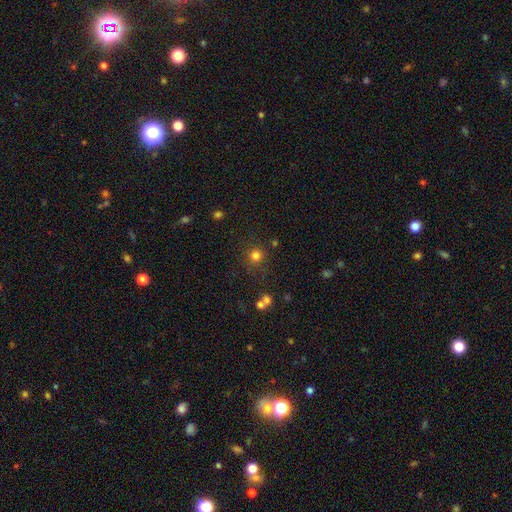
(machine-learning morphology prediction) Overall: smooth (78%). How rounded: round (93%). Merging: none (83%).